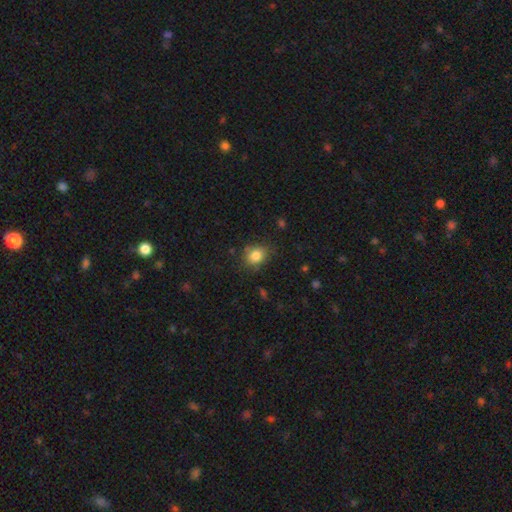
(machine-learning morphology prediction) smooth 83%, star or artifact 10%, featured or disk 7%. Down the decision tree: how rounded — round (62%); merging — none (75%).